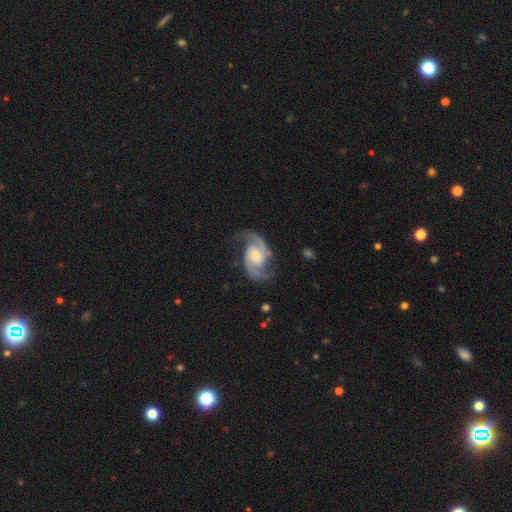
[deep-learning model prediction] A featured or disk galaxy (92%) with no bar (48%), 2 (94%) medium (59%) spiral arms (98%) and a moderate central bulge (44%). Merging: none (76%).